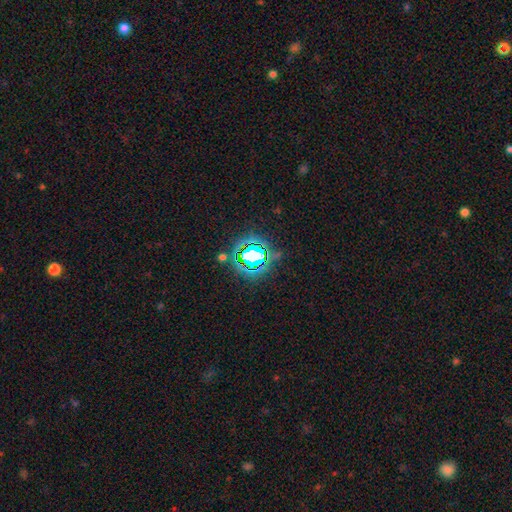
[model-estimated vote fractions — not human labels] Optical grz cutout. It shows a star or artifact, not a galaxy (68%).